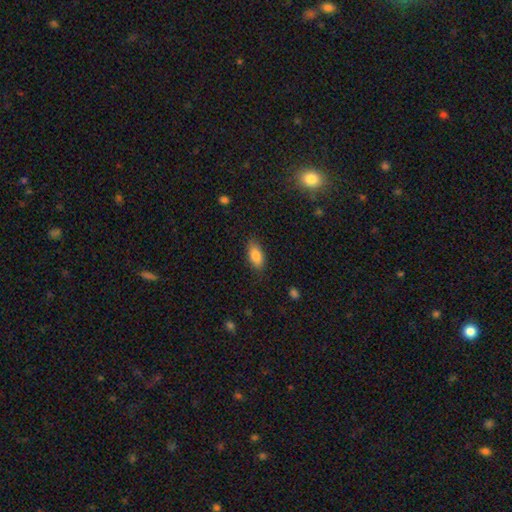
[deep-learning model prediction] Smooth or featured?
  - smooth: 83% *
  - featured or disk: 10%
  - star or artifact: 7%
How rounded?
  - in between: 89% *
  - cigar-shaped: 7%
  - round: 4%
Merging?
  - none: 84% *
  - minor disturbance: 12%
  - major disturbance: 3%
  - merger: 1%